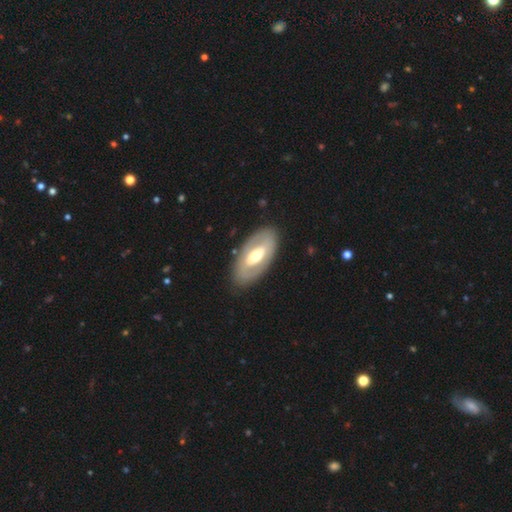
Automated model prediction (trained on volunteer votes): A featured or disk galaxy (58%) with no bar (48%), no spiral arms (81%) and a moderate central bulge (66%). Merging: none (84%).